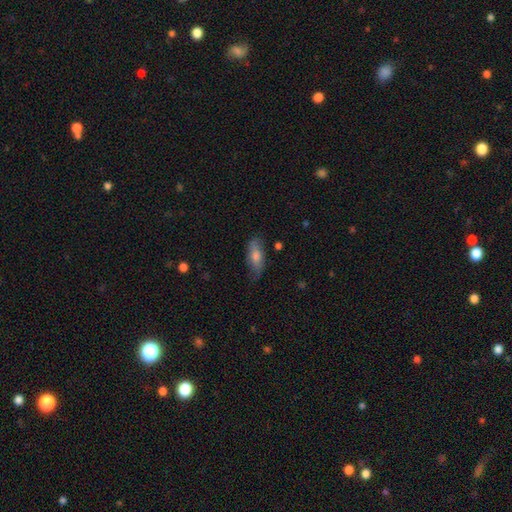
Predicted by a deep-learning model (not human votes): This is possibly a smooth galaxy (57%). How rounded: likely in between (69%). Merging: likely none (72%).